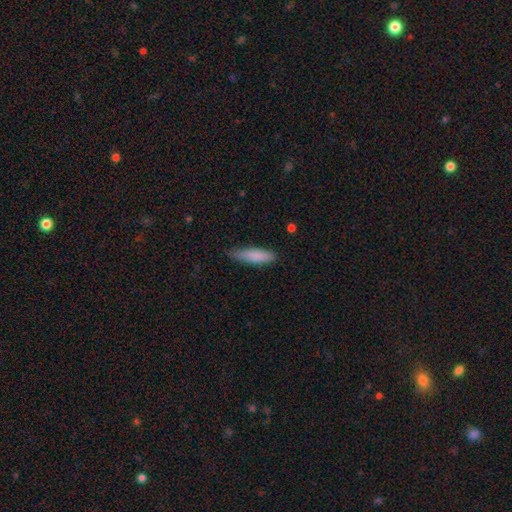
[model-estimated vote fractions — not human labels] Smooth or featured?
  - smooth: 84% *
  - featured or disk: 10%
  - star or artifact: 6%
How rounded?
  - cigar-shaped: 70% *
  - in between: 29%
  - round: 1%
Merging?
  - none: 76% *
  - minor disturbance: 19%
  - major disturbance: 3%
  - merger: 1%